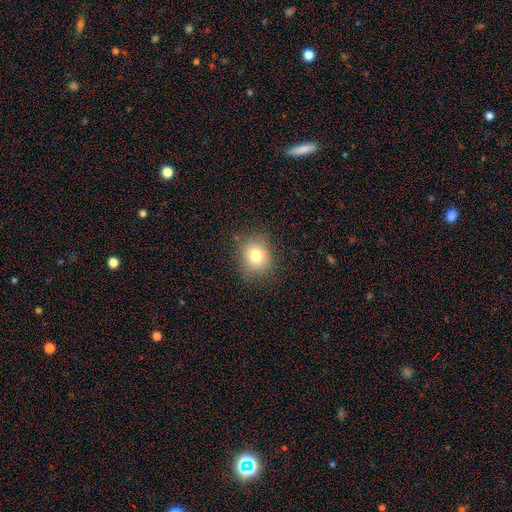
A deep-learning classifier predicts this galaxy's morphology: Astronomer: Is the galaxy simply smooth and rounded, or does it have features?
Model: smooth — 76%.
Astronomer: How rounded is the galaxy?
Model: round — 79%.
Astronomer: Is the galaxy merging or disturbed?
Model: none — 84%.